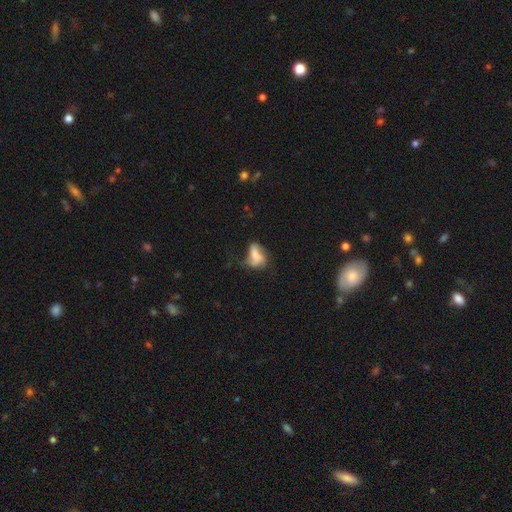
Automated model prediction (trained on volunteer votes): smooth_or_featured: smooth (p=0.58) [alt: featured or disk p=0.31]
how_rounded: in between (p=0.83) [alt: round p=0.12]
merging: none (p=0.33) [alt: major disturbance p=0.31]